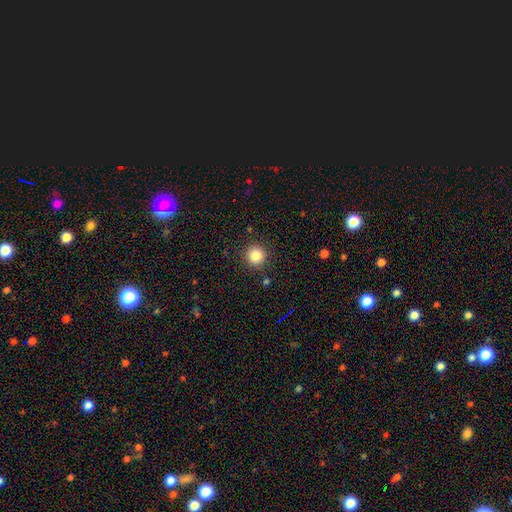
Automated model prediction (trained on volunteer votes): Smooth or featured?
  - smooth: 84% *
  - star or artifact: 11%
  - featured or disk: 5%
How rounded?
  - round: 94% *
  - in between: 5%
  - cigar-shaped: 1%
Merging?
  - none: 89% *
  - minor disturbance: 7%
  - major disturbance: 2%
  - merger: 2%